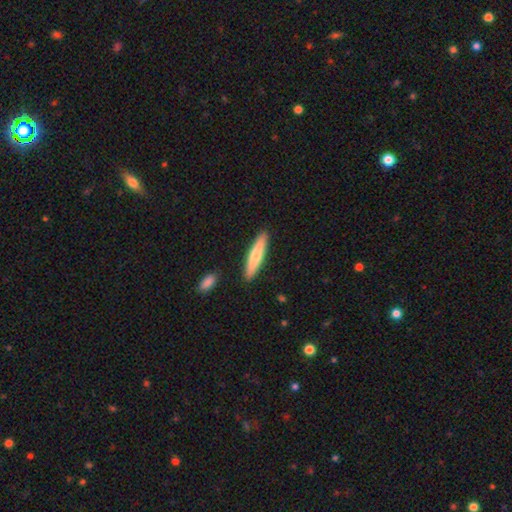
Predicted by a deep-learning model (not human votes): The model was most divided on "smooth or featured": smooth: 67%, featured or disk: 28%, star or artifact: 5%. More confident: merging — none (89%); how rounded — cigar-shaped (87%).